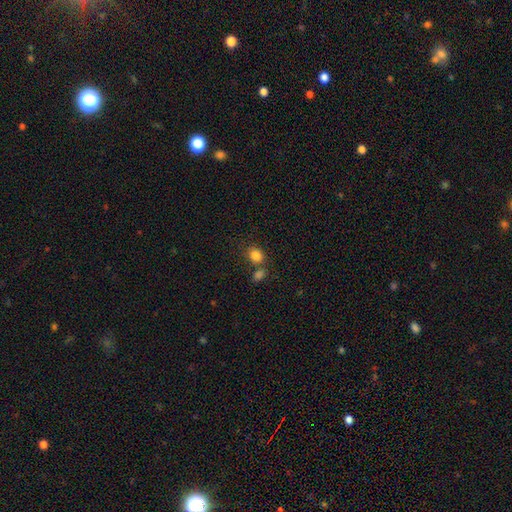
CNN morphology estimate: Smooth or featured? smooth (84%)
How rounded? round (55%)
Merging? none (60%)